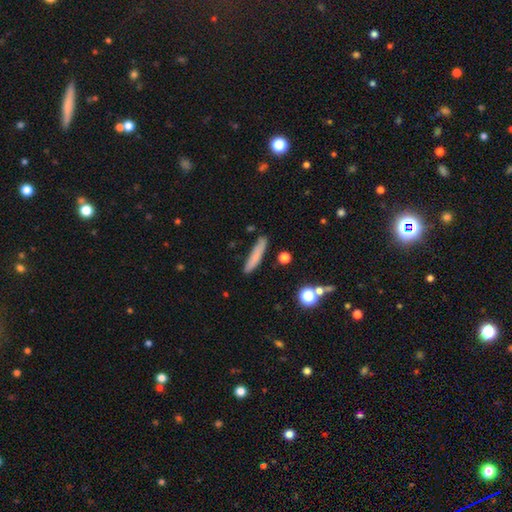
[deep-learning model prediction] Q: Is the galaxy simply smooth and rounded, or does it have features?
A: smooth — 75%.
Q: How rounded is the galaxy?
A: cigar-shaped — 90%.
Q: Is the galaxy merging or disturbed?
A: none — 85%.